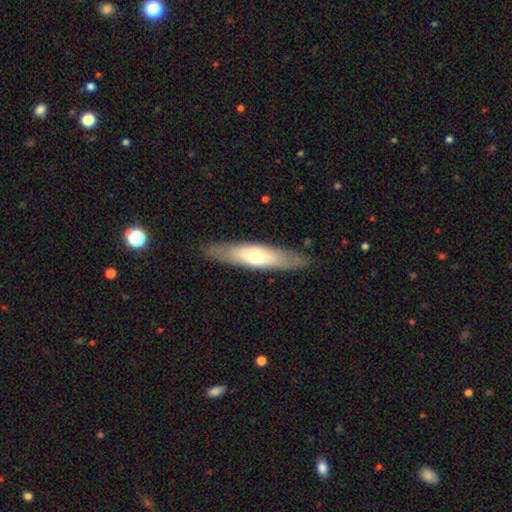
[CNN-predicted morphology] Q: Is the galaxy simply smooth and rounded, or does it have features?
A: smooth — 51%.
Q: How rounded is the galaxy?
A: cigar-shaped — 72%.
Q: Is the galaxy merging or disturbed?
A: none — 86%.